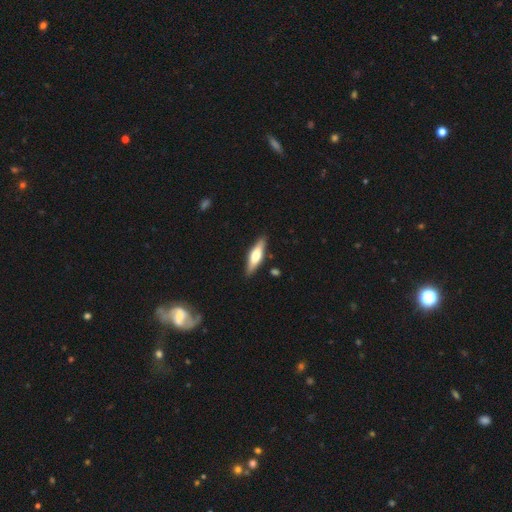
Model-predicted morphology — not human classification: This appears to be a smooth galaxy with no disk features (51%) that is cigar-shaped (62%). Merging: none (86%).